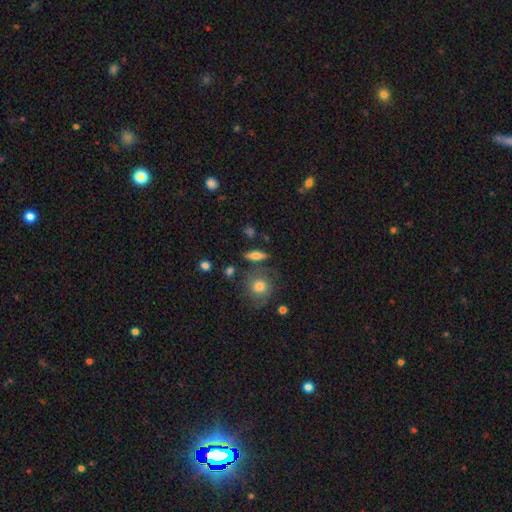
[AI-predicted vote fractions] Smooth or featured? smooth (58%)
How rounded? cigar-shaped (47%)
Merging? none (75%)